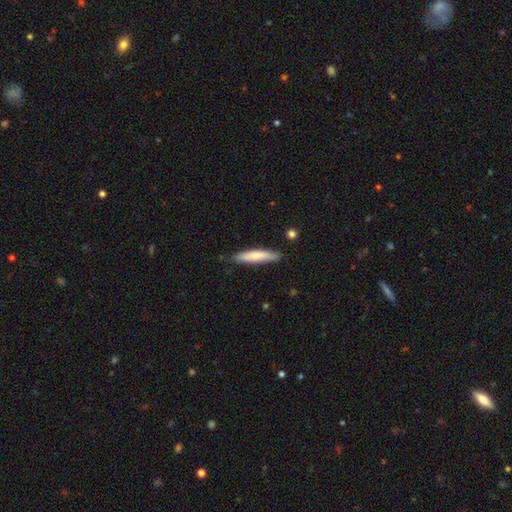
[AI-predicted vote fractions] A smooth galaxy with no disk features (75%) that is cigar-shaped (88%).

Vote fractions:
- Smooth or featured? smooth: 75% / featured or disk: 20% / star or artifact: 5%
- How rounded? cigar-shaped: 88% / in between: 11% / round: 1%
- Merging? none: 84% / minor disturbance: 12% / major disturbance: 2% / merger: 2%